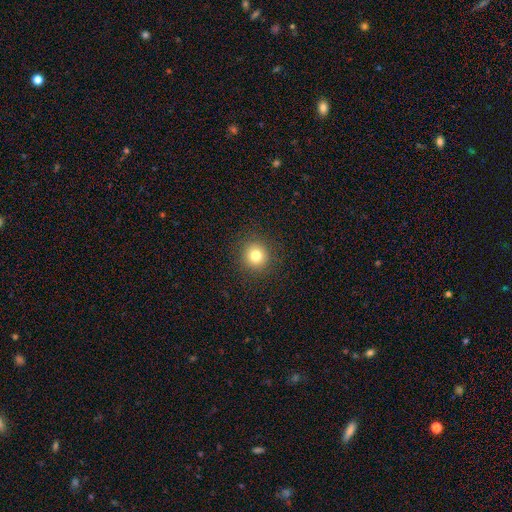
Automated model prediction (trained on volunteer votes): Morphology: type=smooth (79%); roundness=round (94%); merging=none (91%).